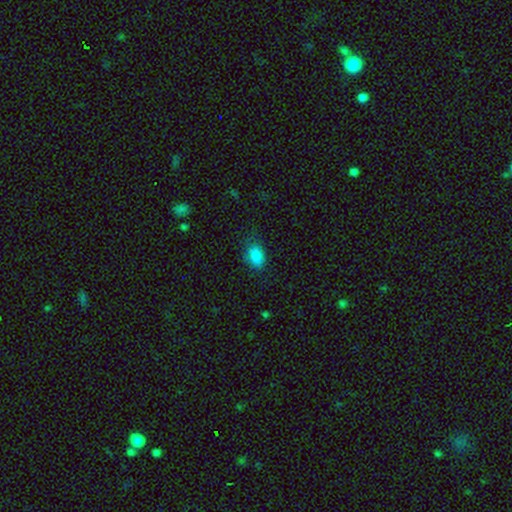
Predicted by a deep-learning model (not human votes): smooth_or_featured: smooth (p=0.87) [alt: star or artifact p=0.09]
how_rounded: in between (p=0.85) [alt: round p=0.13]
merging: none (p=0.73) [alt: minor disturbance p=0.20]